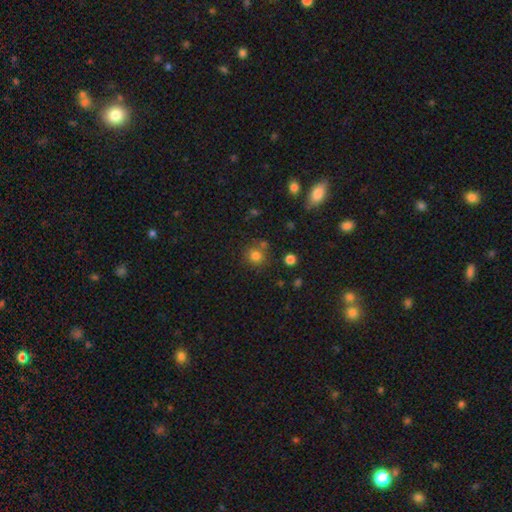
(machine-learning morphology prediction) Smooth or featured? Predicted: smooth (p=0.79). How rounded? Predicted: round (p=0.88). Merging? Predicted: none (p=0.73).